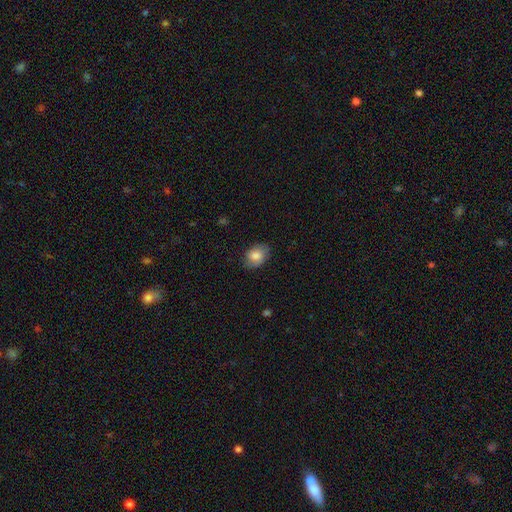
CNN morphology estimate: A smooth galaxy with no disk features (79%) that is in between round and cigar-shaped (76%).

Vote fractions:
- Smooth or featured? smooth: 79% / featured or disk: 14% / star or artifact: 7%
- How rounded? in between: 76% / round: 23% / cigar-shaped: 1%
- Merging? none: 77% / minor disturbance: 18% / major disturbance: 4% / merger: 1%